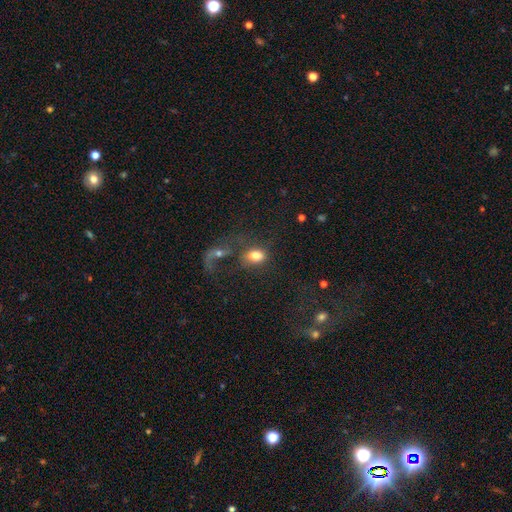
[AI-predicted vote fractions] Smooth or featured: smooth — 74% (featured or disk — 16%)
How rounded: in between — 74% (round — 24%)
Merging: none — 37% (merger — 34%)